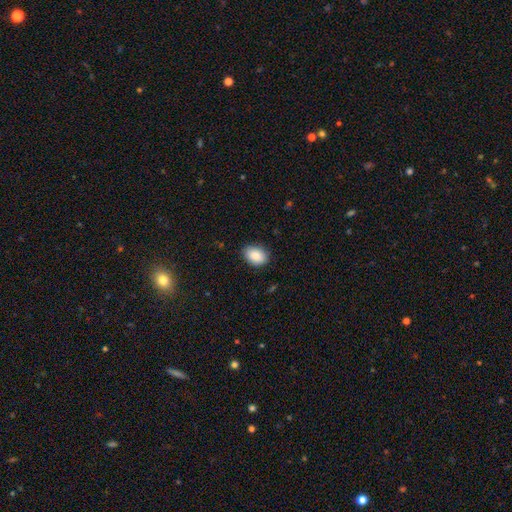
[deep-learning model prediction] smooth-or-featured: smooth: 89% | star or artifact: 7% | featured or disk: 4%
  how-rounded: in between: 82% | round: 17% | cigar-shaped: 1%
  merging: none: 83% | minor disturbance: 14% | major disturbance: 2% | merger: 1%